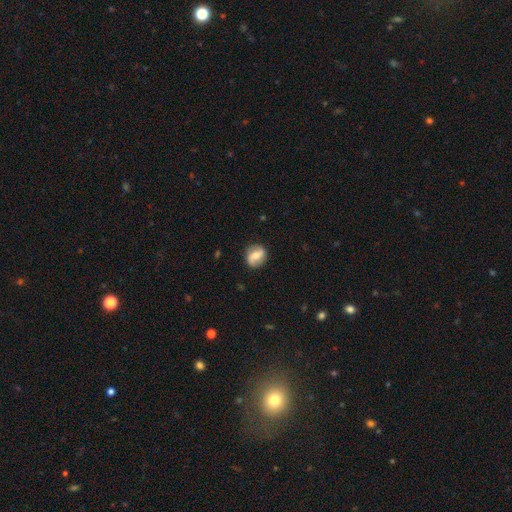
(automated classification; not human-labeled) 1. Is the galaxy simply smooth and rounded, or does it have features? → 52% featured or disk, 41% smooth, 8% star or artifact.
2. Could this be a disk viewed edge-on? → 95% no, 5% yes.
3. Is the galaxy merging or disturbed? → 82% none, 13% minor disturbance, 3% major disturbance, 1% merger.